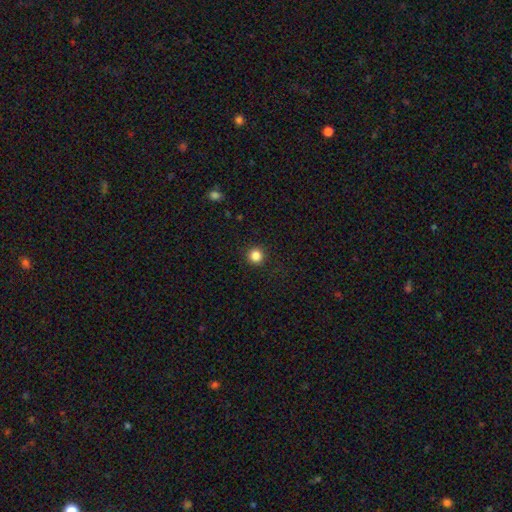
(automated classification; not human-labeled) Morphology: type=smooth (84%); roundness=round (95%); merging=none (92%).